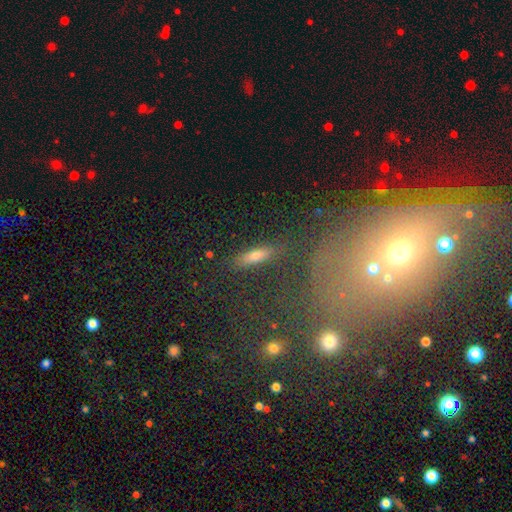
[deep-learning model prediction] This appears to be a smooth galaxy with no disk features (43%). Merging: none (73%).